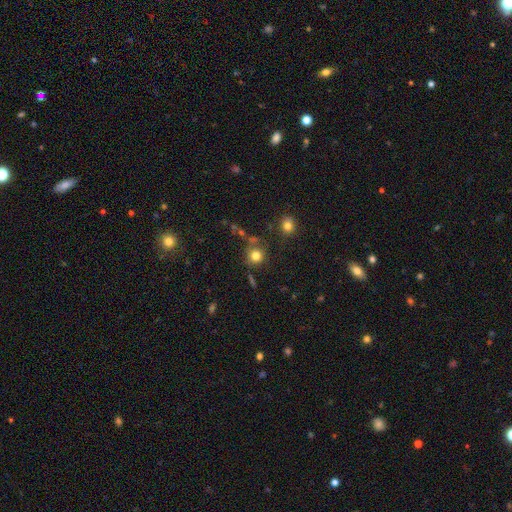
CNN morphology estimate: Smooth or featured? smooth (79%)
How rounded? round (91%)
Merging? none (76%)